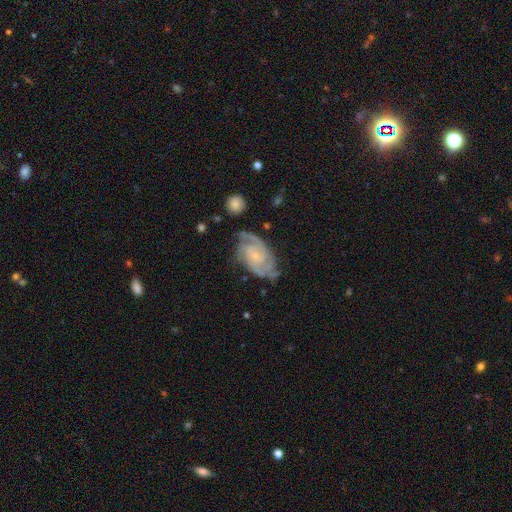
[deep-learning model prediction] The model was most divided on "spiral winding": tight: 52%, medium: 39%, loose: 9%. More confident: spiral arms — yes (97%); edge-on disk — no (97%); smooth or featured — featured or disk (87%); bulge size — small (71%); merging — none (69%); bar — no (60%); spiral arm count — 2 (55%).